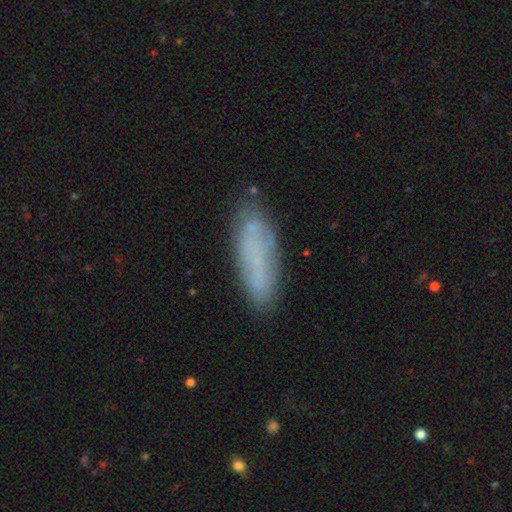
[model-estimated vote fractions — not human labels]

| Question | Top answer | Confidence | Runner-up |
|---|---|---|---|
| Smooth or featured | smooth | 63% | featured or disk (28%) |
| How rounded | cigar-shaped | 55% | in between (43%) |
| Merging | none | 77% | minor disturbance (16%) |